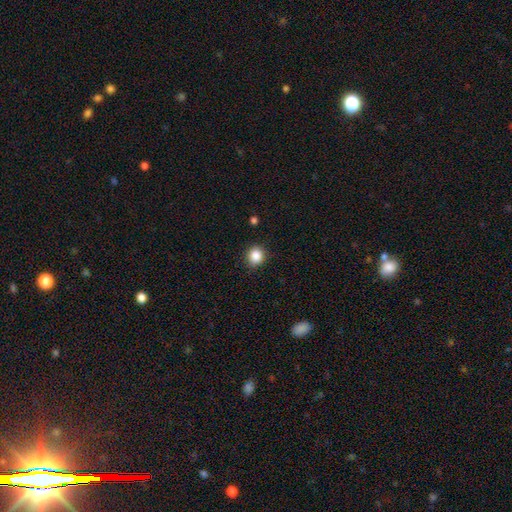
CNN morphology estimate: Smooth or featured? Predicted: smooth (p=0.87). How rounded? Predicted: round (p=0.83). Merging? Predicted: none (p=0.88).